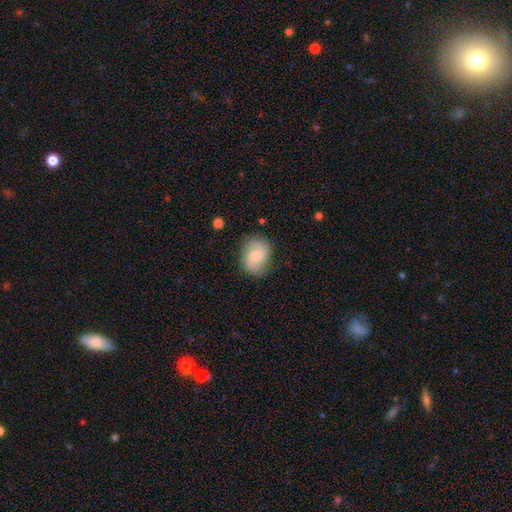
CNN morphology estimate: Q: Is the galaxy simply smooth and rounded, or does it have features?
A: featured or disk — 63%.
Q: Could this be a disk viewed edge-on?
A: no — 98%.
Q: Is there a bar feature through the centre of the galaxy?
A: no — 57%.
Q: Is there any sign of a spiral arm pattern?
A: yes — 92%.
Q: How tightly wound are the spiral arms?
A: medium — 48%.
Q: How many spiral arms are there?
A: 2 — 79%.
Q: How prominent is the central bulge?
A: moderate — 52%.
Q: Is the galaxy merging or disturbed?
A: none — 75%.